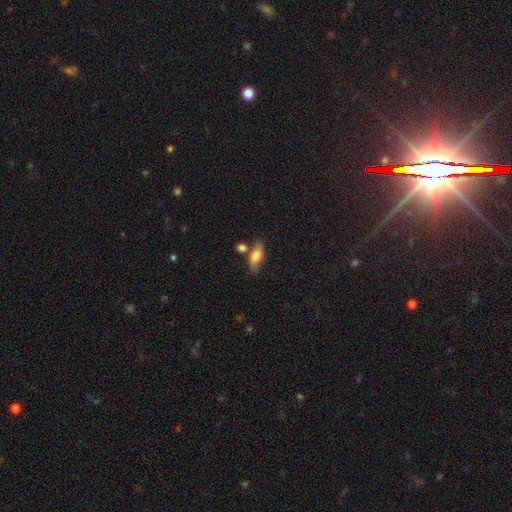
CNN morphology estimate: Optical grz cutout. It shows a smooth galaxy with no disk features (69%) that is in between round and cigar-shaped (71%). Merging: none (57%).